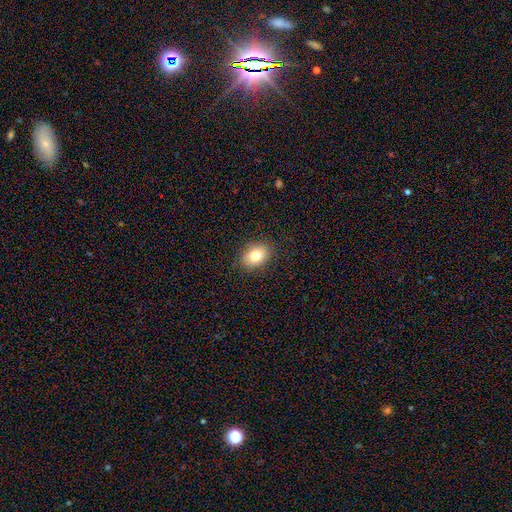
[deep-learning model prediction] A smooth galaxy with no disk features (80%) that is in between round and cigar-shaped (68%). Merging: none (88%).